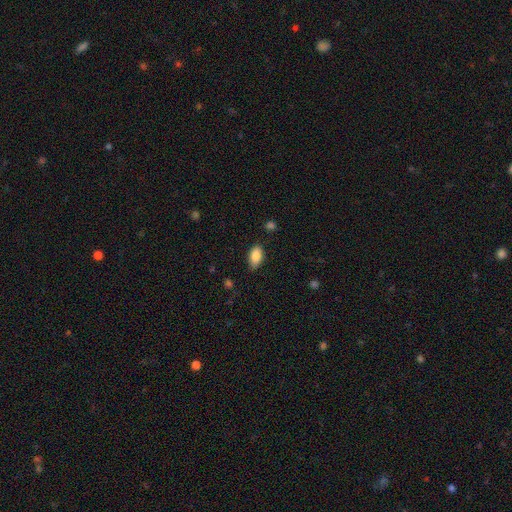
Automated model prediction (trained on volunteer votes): Morphology: type=smooth (87%); roundness=in between (93%); merging=none (82%).